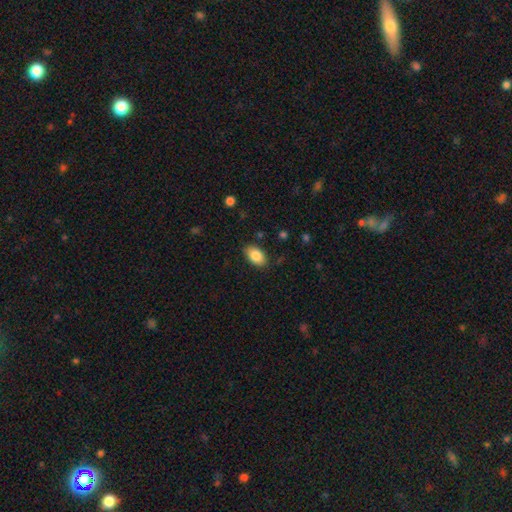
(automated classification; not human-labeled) smooth_or_featured: smooth (p=0.86) [alt: featured or disk p=0.07]
how_rounded: in between (p=0.92) [alt: round p=0.07]
merging: none (p=0.86) [alt: minor disturbance p=0.11]